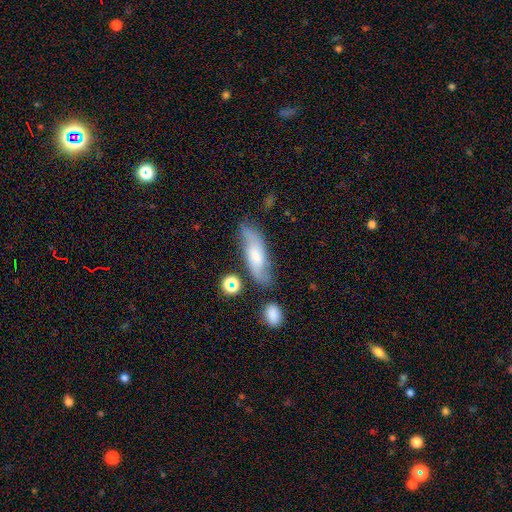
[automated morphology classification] Smooth or featured: featured or disk — 48% (smooth — 44%)
Merging: none — 64% (minor disturbance — 21%)